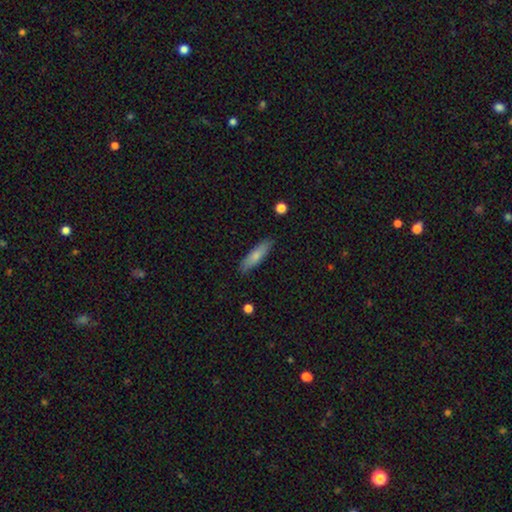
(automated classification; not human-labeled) Smooth or featured? smooth (76%)
How rounded? cigar-shaped (70%)
Merging? none (87%)